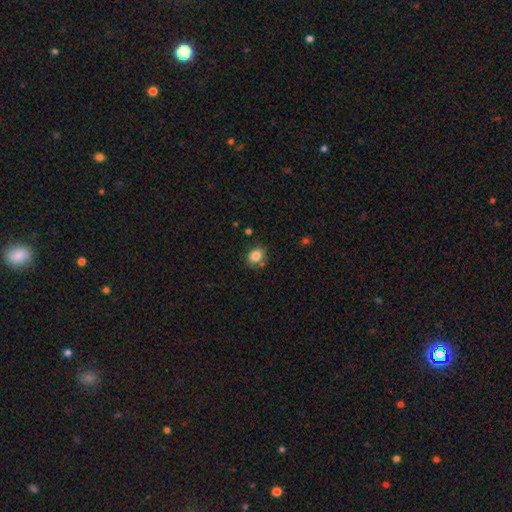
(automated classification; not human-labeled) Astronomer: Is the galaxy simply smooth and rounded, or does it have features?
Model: smooth — 83%.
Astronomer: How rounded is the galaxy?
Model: round — 52% (runner-up: in between, 47%).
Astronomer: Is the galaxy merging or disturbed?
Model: none — 76%.